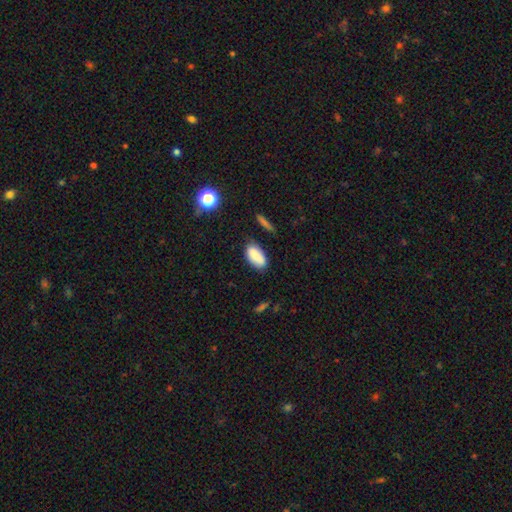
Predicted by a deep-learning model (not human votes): Smooth or featured? smooth (86%)
How rounded? in between (93%)
Merging? none (75%)